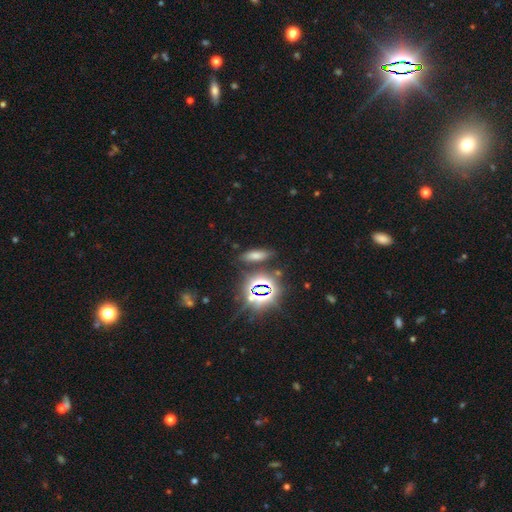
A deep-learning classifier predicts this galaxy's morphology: smooth-or-featured: smooth: 55% | star or artifact: 33% | featured or disk: 12%
  how-rounded: in between: 54% | cigar-shaped: 37% | round: 8%
  merging: none: 80% | minor disturbance: 11% | merger: 5% | major disturbance: 4%